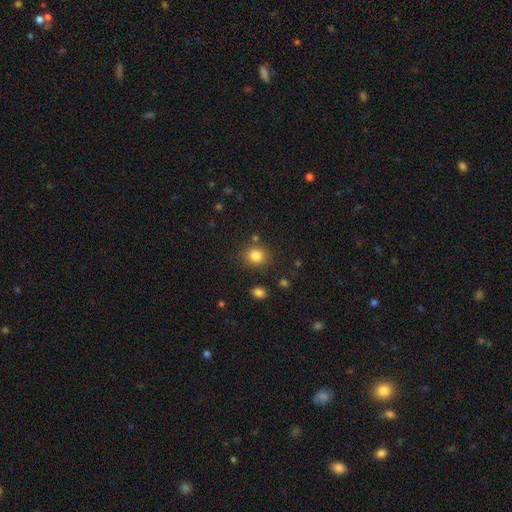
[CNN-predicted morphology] Smooth or featured? Predicted: smooth (p=0.83). How rounded? Predicted: round (p=0.77). Merging? Predicted: none (p=0.82).